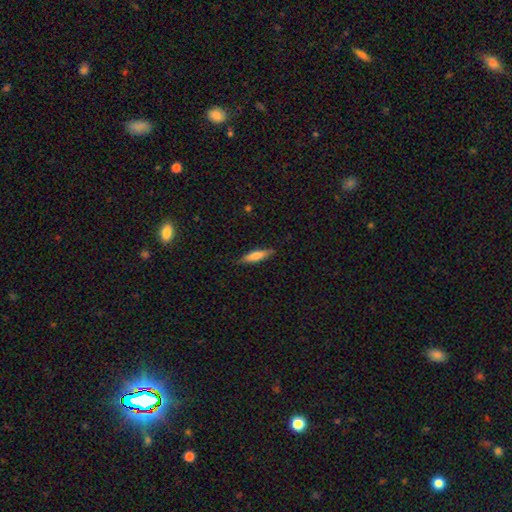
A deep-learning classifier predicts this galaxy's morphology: Overall: smooth (69%). How rounded: cigar-shaped (77%). Merging: none (85%).